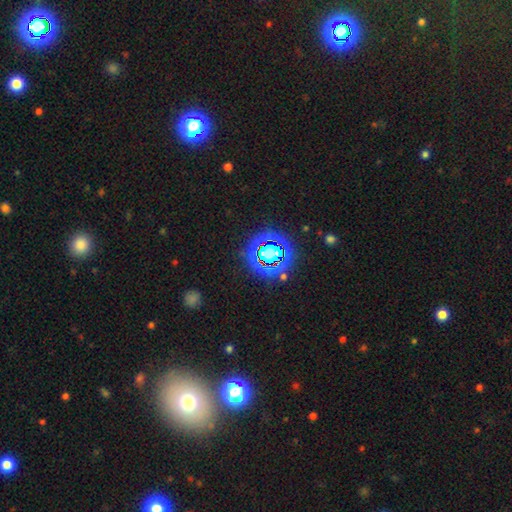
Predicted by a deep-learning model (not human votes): Q: Smooth or featured?
A: star or artifact (65%); runner-up: smooth (23%)